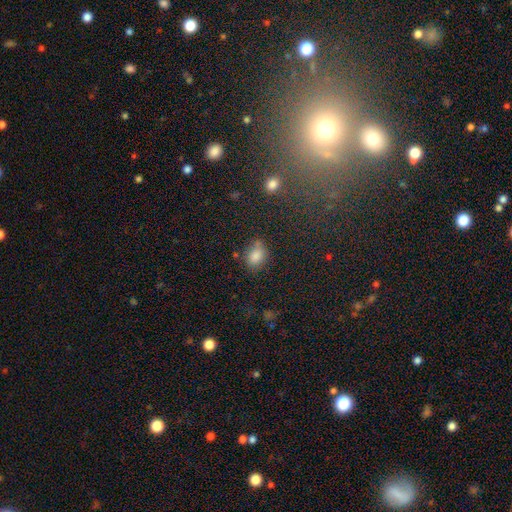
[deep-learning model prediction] smooth-or-featured: smooth: 80% | star or artifact: 12% | featured or disk: 8%
  how-rounded: in between: 63% | round: 35% | cigar-shaped: 1%
  merging: none: 67% | minor disturbance: 19% | merger: 9% | major disturbance: 5%